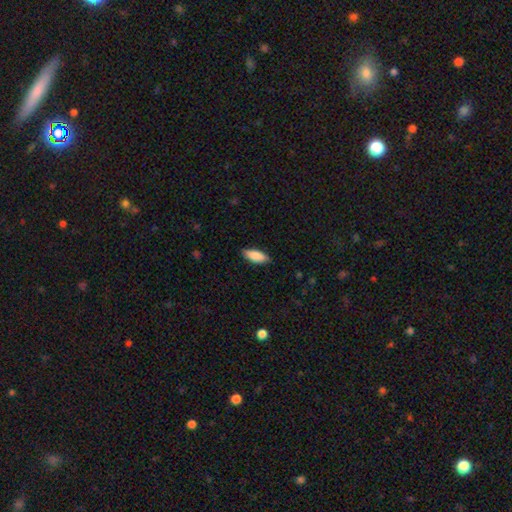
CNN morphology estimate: Smooth or featured? Predicted: smooth (p=0.86). How rounded? Predicted: in between (p=0.77). Merging? Predicted: none (p=0.84).